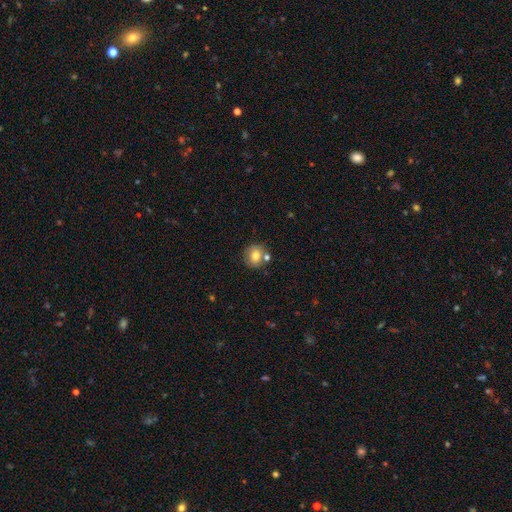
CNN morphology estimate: smooth-or-featured: smooth: 73% | featured or disk: 17% | star or artifact: 10%
  how-rounded: round: 82% | in between: 17% | cigar-shaped: 1%
  merging: none: 70% | merger: 15% | minor disturbance: 12% | major disturbance: 3%